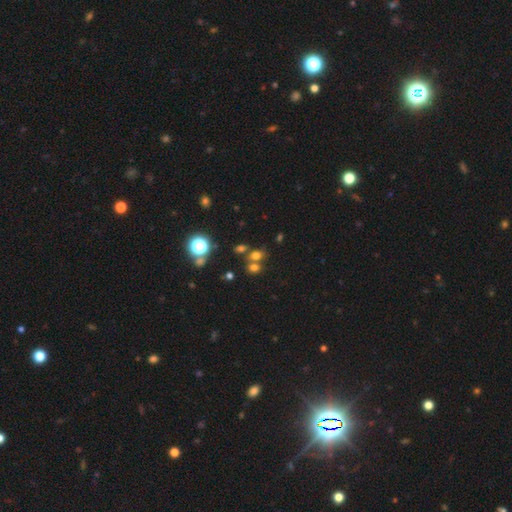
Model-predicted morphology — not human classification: Q: Smooth or featured?
A: smooth (59%); runner-up: star or artifact (30%)
Q: How rounded?
A: round (53%); runner-up: in between (45%)
Q: Merging?
A: none (50%); runner-up: merger (36%)